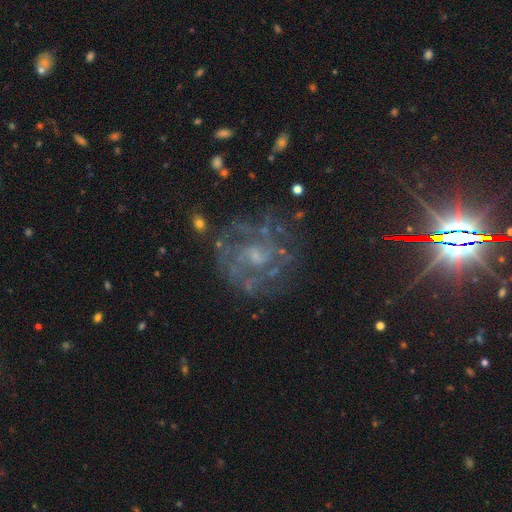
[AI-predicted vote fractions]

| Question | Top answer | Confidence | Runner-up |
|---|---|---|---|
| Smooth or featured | featured or disk | 71% | star or artifact (18%) |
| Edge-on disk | no | 97% | yes (3%) |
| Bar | no | 61% | weak (32%) |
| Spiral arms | yes | 79% | no (21%) |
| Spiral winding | tight | 52% | medium (36%) |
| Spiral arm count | can't tell | 46% | 2 (23%) |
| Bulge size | small | 49% | moderate (29%) |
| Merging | none | 72% | minor disturbance (15%) |